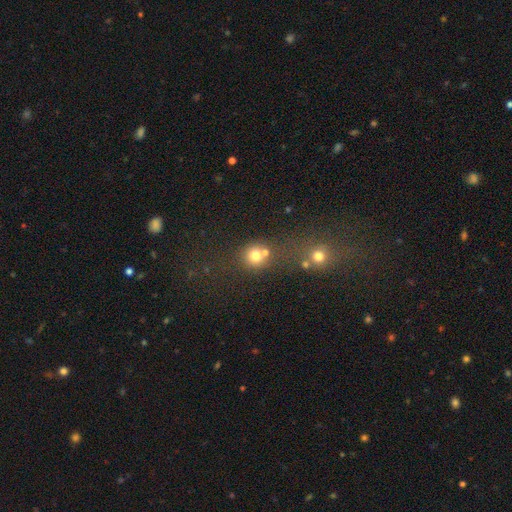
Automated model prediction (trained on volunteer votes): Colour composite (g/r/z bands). It shows a smooth galaxy with no disk features (76%) that is round (87%). Merging: none (54%).